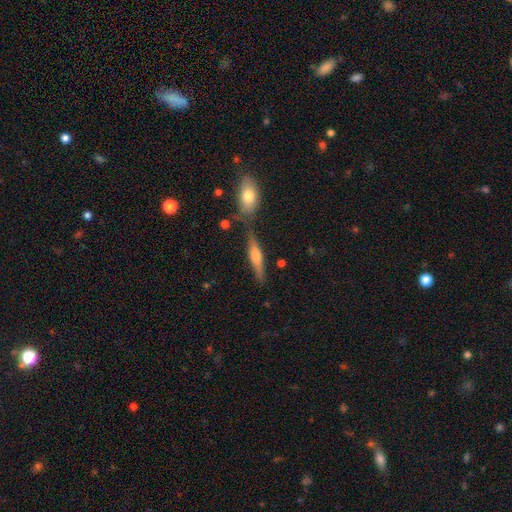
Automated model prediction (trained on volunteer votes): Q: Smooth or featured?
A: featured or disk (59%); runner-up: smooth (33%)
Q: Edge-on disk?
A: yes (95%); runner-up: no (5%)
Q: Edge-on bulge?
A: rounded (82%); runner-up: boxy (12%)
Q: Merging?
A: none (73%); runner-up: merger (12%)